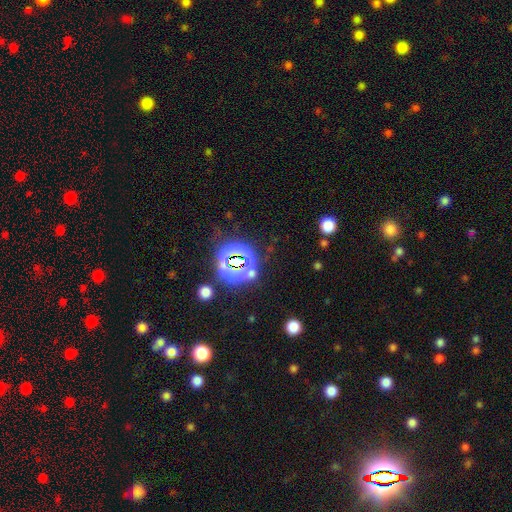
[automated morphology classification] This appears to be a star or artifact, not a galaxy (78%).